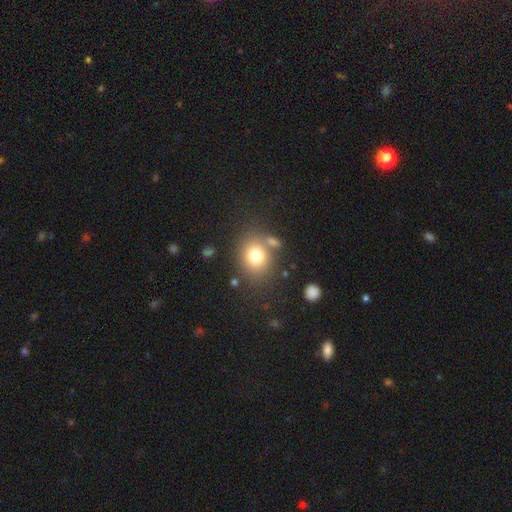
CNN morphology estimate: Smooth or featured: smooth — 77% (star or artifact — 12%)
How rounded: round — 63% (in between — 36%)
Merging: none — 69% (merger — 13%)